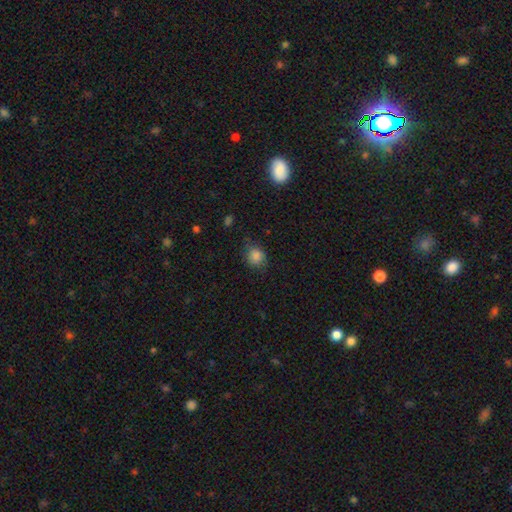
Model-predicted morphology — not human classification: Q: Smooth or featured?
A: smooth (85%); runner-up: star or artifact (11%)
Q: How rounded?
A: round (76%); runner-up: in between (23%)
Q: Merging?
A: none (73%); runner-up: minor disturbance (20%)